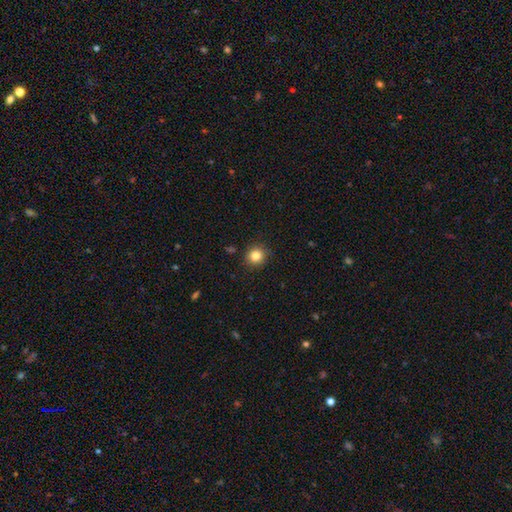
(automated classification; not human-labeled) A smooth galaxy with no disk features (84%) that is round (90%). Merging: none (90%).